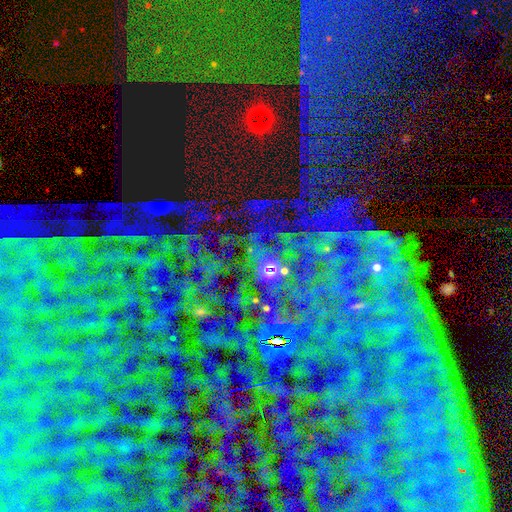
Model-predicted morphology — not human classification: smooth_or_featured: star or artifact (p=0.78) [alt: smooth p=0.11]